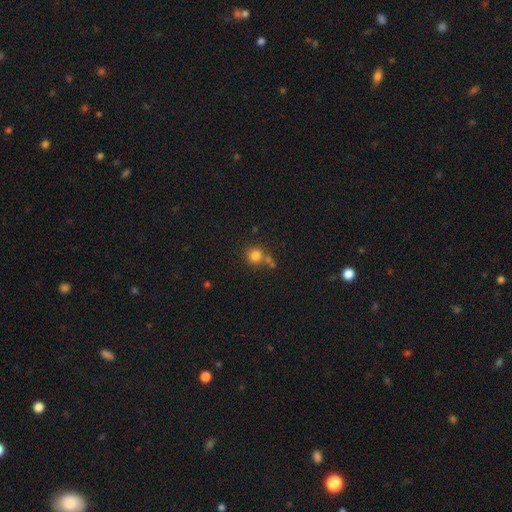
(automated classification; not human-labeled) Q: Smooth or featured?
A: smooth (80%); runner-up: star or artifact (12%)
Q: How rounded?
A: round (90%); runner-up: in between (9%)
Q: Merging?
A: none (61%); runner-up: merger (24%)